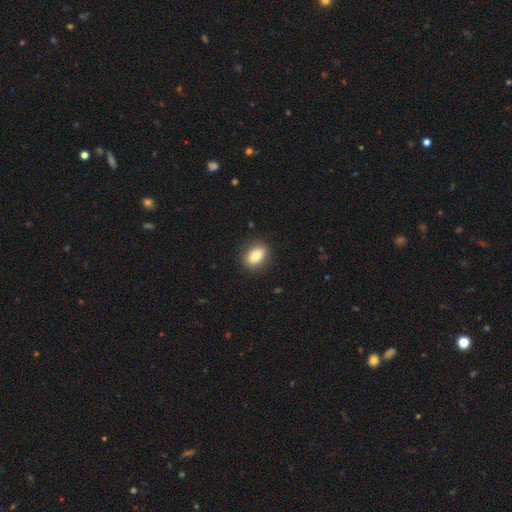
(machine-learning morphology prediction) smooth-or-featured: smooth: 80% | featured or disk: 12% | star or artifact: 8%
  how-rounded: in between: 69% | round: 30% | cigar-shaped: 2%
  merging: none: 87% | minor disturbance: 9% | major disturbance: 3% | merger: 1%